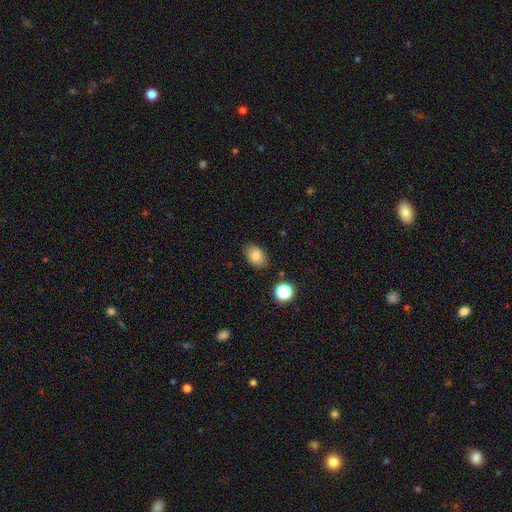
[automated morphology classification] smooth_or_featured: smooth (p=0.81) [alt: star or artifact p=0.10]
how_rounded: in between (p=0.81) [alt: round p=0.17]
merging: none (p=0.85) [alt: minor disturbance p=0.10]